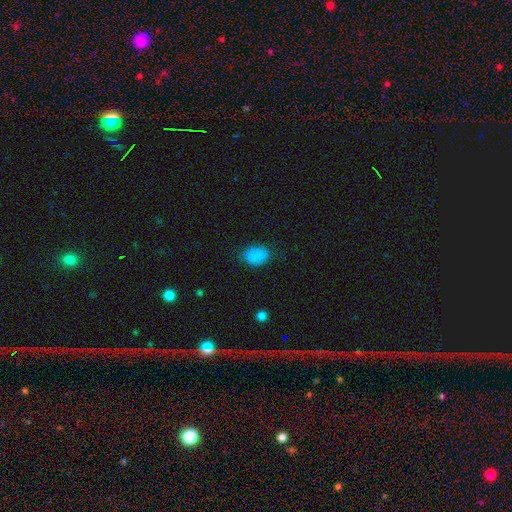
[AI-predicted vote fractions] A smooth galaxy with no disk features (85%) that is in between round and cigar-shaped (81%). Merging: none (72%).